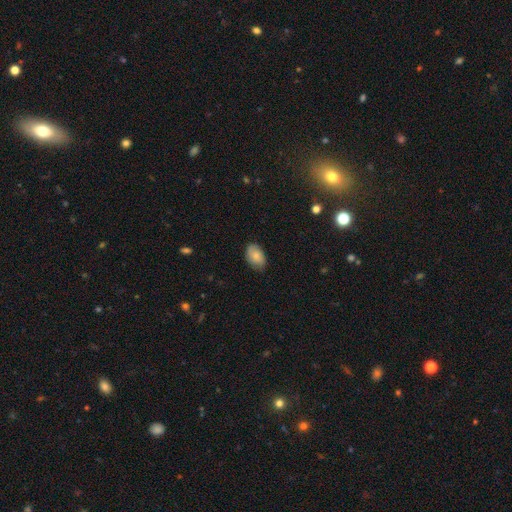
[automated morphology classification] Smooth or featured: smooth — 78% (featured or disk — 15%)
How rounded: in between — 89% (round — 10%)
Merging: none — 78% (minor disturbance — 18%)